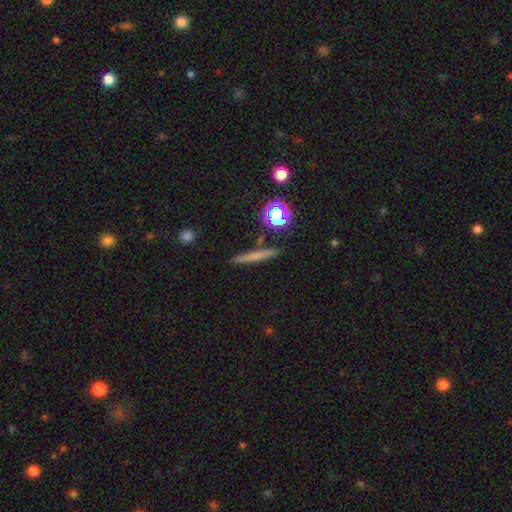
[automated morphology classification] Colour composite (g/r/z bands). It shows a smooth galaxy with no disk features (56%) that is cigar-shaped (89%). Merging: none (89%).